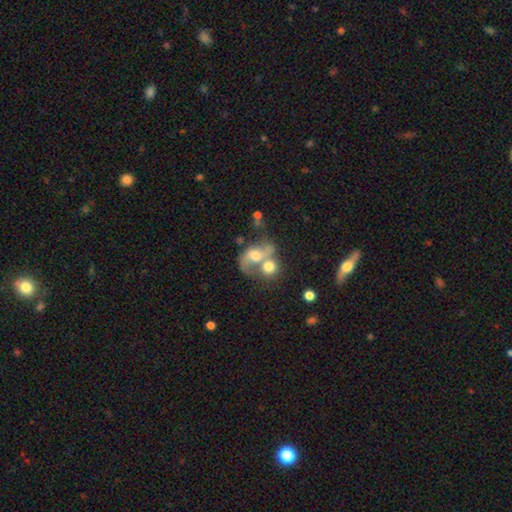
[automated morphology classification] Smooth or featured? featured or disk (58%)
Edge-on disk? no (96%)
Bar? no (62%)
Spiral arms? yes (75%)
Bulge size? moderate (55%)
Merging? merger (55%)